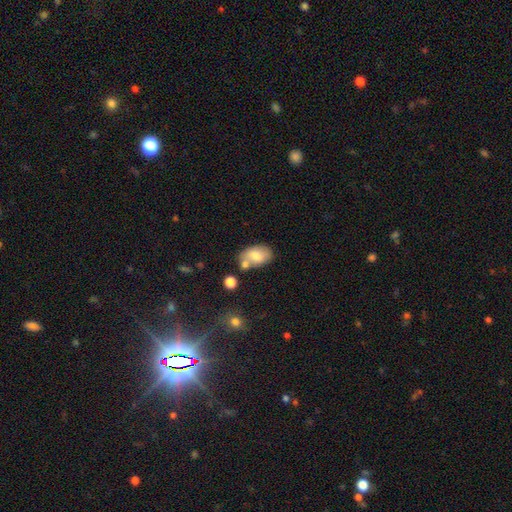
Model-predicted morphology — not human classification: smooth-or-featured: smooth: 71% | featured or disk: 20% | star or artifact: 8%
  how-rounded: in between: 87% | round: 11% | cigar-shaped: 1%
  merging: none: 54% | merger: 23% | minor disturbance: 18% | major disturbance: 5%